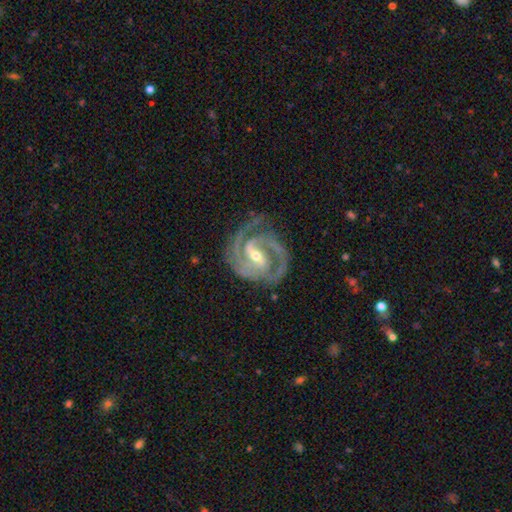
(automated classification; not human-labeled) Smooth or featured? Predicted: featured or disk (p=0.94). Edge-on disk? Predicted: no (p=0.98). Bar? Predicted: weak (p=0.44). Spiral arms? Predicted: yes (p=0.99). Spiral winding? Predicted: tight (p=0.59). Spiral arm count? Predicted: 2 (p=0.53). Bulge size? Predicted: small (p=0.50). Merging? Predicted: none (p=0.76).